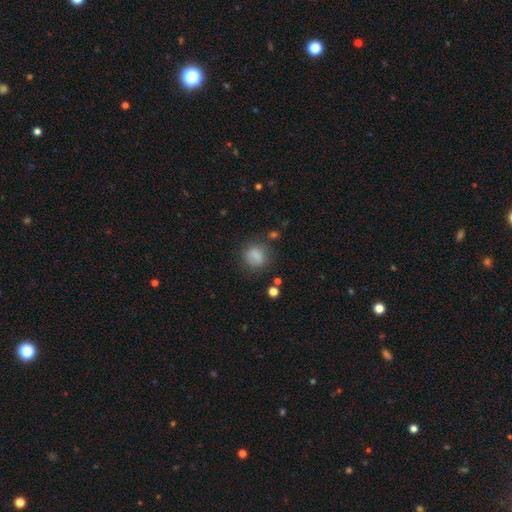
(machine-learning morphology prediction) Q: Smooth or featured?
A: smooth (82%); runner-up: star or artifact (11%)
Q: How rounded?
A: round (73%); runner-up: in between (26%)
Q: Merging?
A: none (73%); runner-up: minor disturbance (16%)